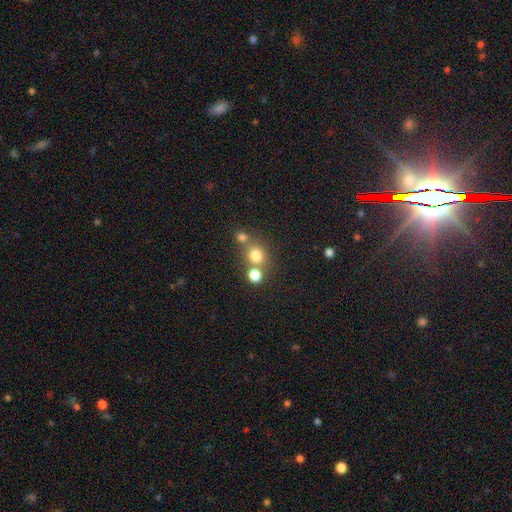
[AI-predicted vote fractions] Smooth or featured? smooth (75%)
How rounded? round (83%)
Merging? none (56%)